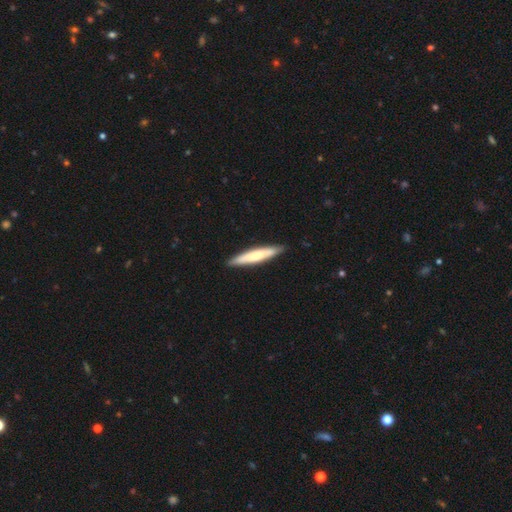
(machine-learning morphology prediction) This is likely a smooth galaxy (60%). How rounded: clearly cigar-shaped (91%). Merging: clearly none (88%).